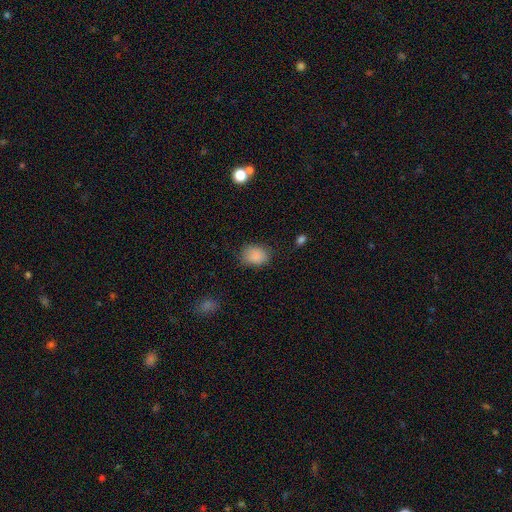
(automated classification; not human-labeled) Smooth or featured? Predicted: smooth (p=0.87). How rounded? Predicted: in between (p=0.58). Merging? Predicted: none (p=0.74).